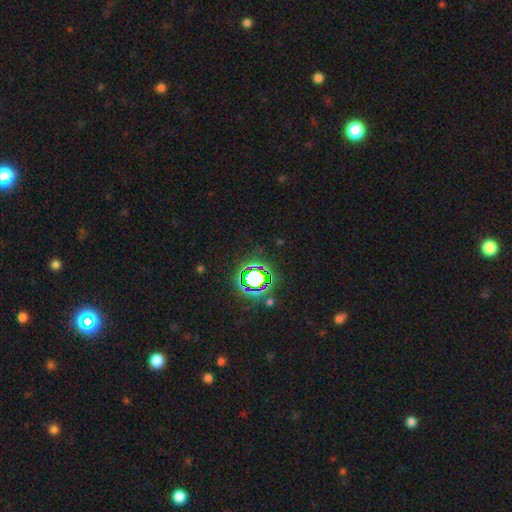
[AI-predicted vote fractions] Overall: star or artifact (80%).